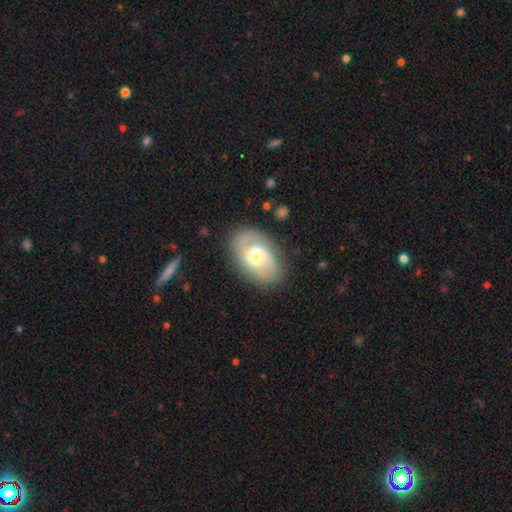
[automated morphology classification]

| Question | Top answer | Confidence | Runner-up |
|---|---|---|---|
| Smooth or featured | featured or disk | 69% | smooth (25%) |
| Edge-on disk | no | 96% | yes (4%) |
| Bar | weak | 52% | no (36%) |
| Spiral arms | yes | 86% | no (14%) |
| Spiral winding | medium | 48% | tight (28%) |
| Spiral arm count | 2 | 76% | can't tell (12%) |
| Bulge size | moderate | 61% | small (21%) |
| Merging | none | 77% | minor disturbance (16%) |